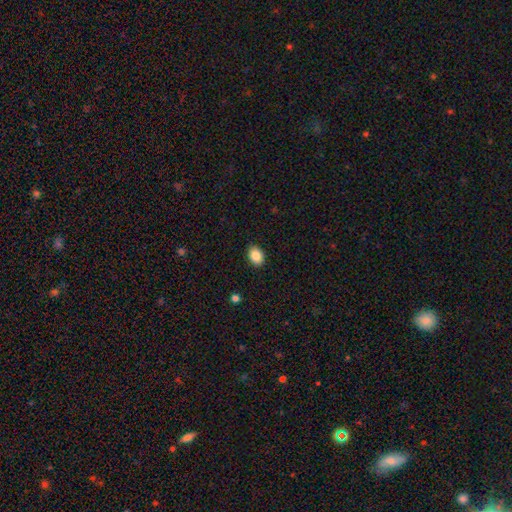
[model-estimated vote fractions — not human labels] A smooth galaxy with no disk features (87%) that is in between round and cigar-shaped (72%).

Vote fractions:
- Smooth or featured? smooth: 87% / star or artifact: 8% / featured or disk: 4%
- How rounded? in between: 72% / round: 27% / cigar-shaped: 1%
- Merging? none: 89% / minor disturbance: 8% / major disturbance: 2% / merger: 1%